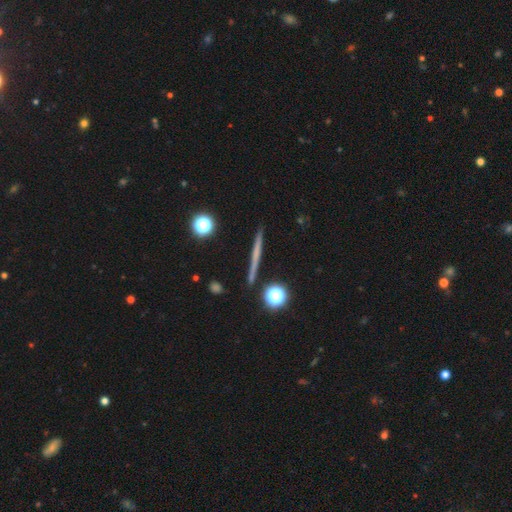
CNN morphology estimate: Smooth or featured?
  - featured or disk: 53% *
  - smooth: 38%
  - star or artifact: 9%
Edge-on disk?
  - yes: 97% *
  - no: 3%
Edge-on bulge?
  - none: 83% *
  - rounded: 12%
  - boxy: 4%
Merging?
  - none: 91% *
  - minor disturbance: 6%
  - merger: 2%
  - major disturbance: 1%